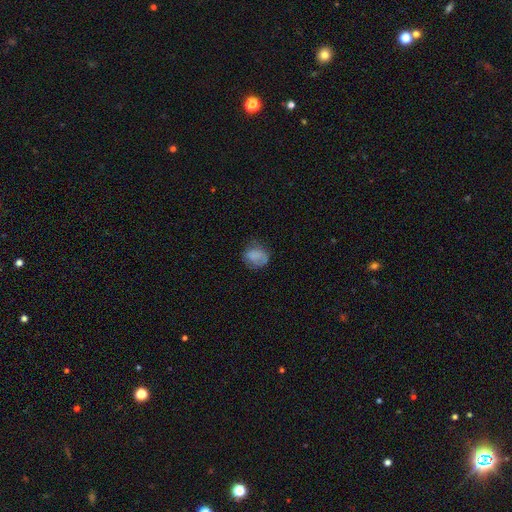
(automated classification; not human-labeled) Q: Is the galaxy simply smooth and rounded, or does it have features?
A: smooth — 76%.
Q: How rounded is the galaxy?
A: round — 57%.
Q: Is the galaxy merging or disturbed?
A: none — 55%.